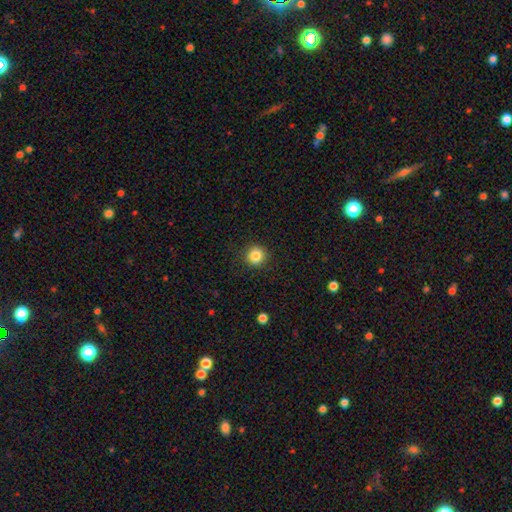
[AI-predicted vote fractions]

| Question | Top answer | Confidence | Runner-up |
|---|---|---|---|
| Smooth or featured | smooth | 85% | star or artifact (10%) |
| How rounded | round | 93% | in between (6%) |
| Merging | none | 90% | minor disturbance (6%) |